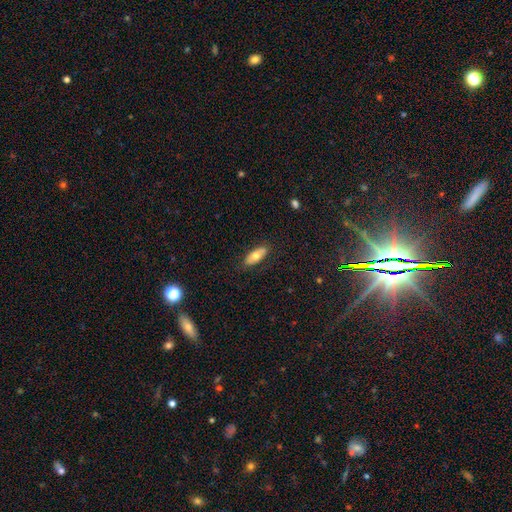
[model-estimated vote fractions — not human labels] smooth 68%, featured or disk 26%, star or artifact 6%. Down the decision tree: how rounded — in between (82%); merging — none (84%).